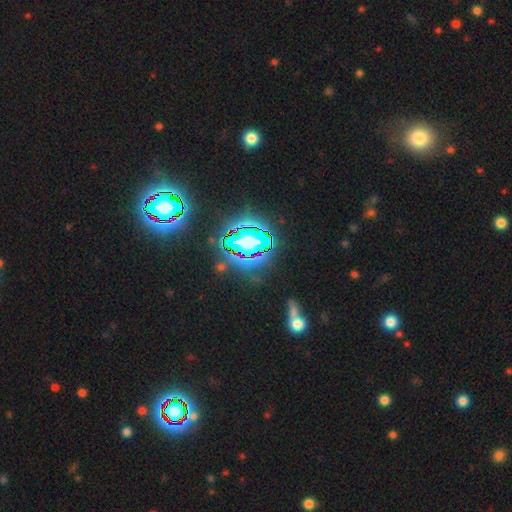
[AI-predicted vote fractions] A star or artifact, not a galaxy (83%).